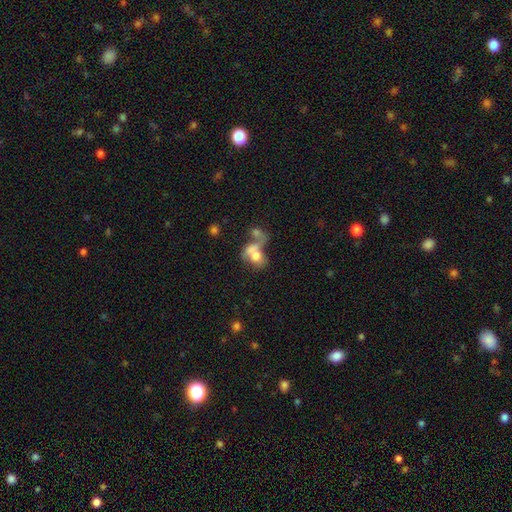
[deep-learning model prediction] Smooth or featured: smooth — 62% (featured or disk — 27%)
How rounded: in between — 65% (round — 33%)
Merging: merger — 62% (none — 15%)